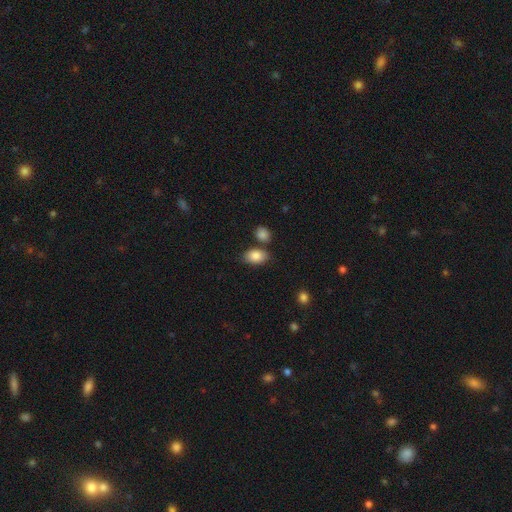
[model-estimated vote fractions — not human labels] This is clearly a smooth galaxy (85%). How rounded: clearly in between (89%). Merging: likely none (71%).